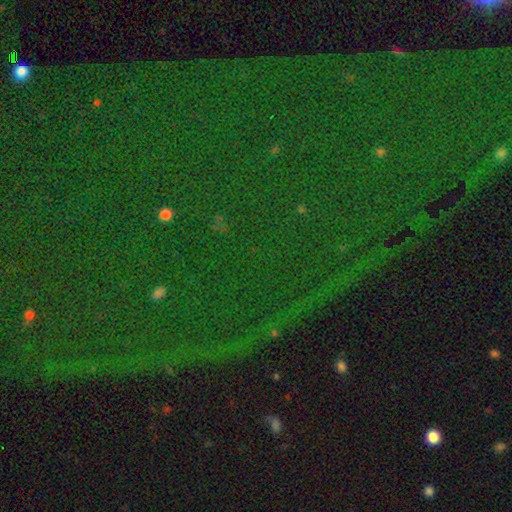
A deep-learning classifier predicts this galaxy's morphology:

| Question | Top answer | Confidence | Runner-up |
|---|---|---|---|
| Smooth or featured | star or artifact | 84% | smooth (8%) |